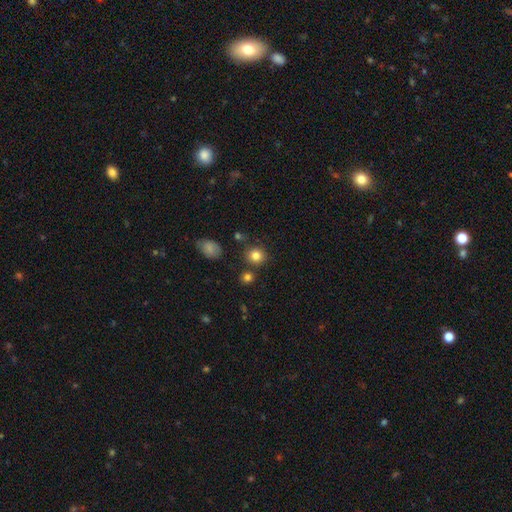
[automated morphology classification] smooth-or-featured: smooth: 82% | star or artifact: 12% | featured or disk: 6%
  how-rounded: round: 85% | in between: 14% | cigar-shaped: 1%
  merging: none: 80% | minor disturbance: 10% | merger: 8% | major disturbance: 3%